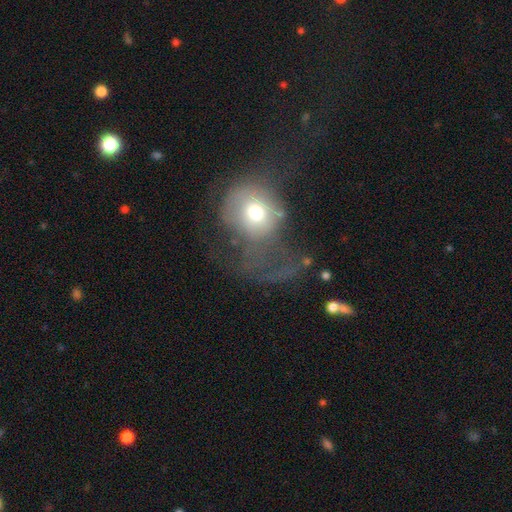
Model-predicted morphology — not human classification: A smooth galaxy with no disk features (50%).

Vote fractions:
- Smooth or featured? smooth: 50% / featured or disk: 35% / star or artifact: 15%
- Merging? major disturbance: 61% / none: 18% / minor disturbance: 14% / merger: 7%